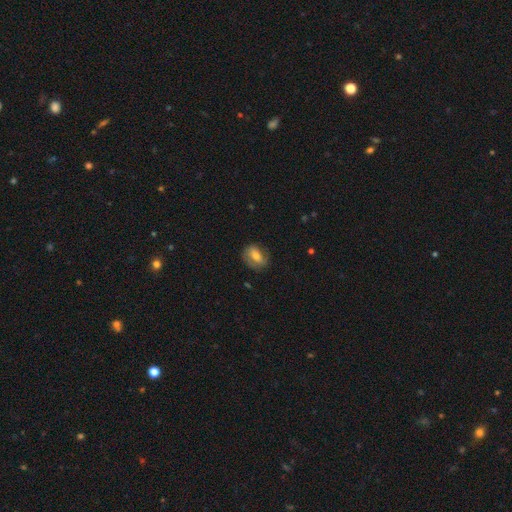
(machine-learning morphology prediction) Overall: smooth (59%; featured or disk 32%). How rounded: in between (71%). Merging: none (73%).